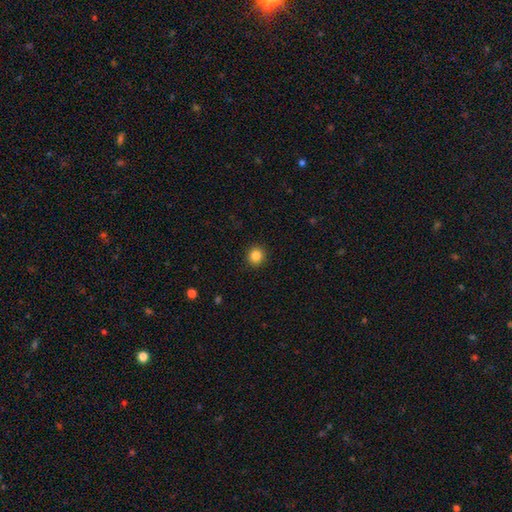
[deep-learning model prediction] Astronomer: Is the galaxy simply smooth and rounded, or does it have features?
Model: smooth — 85%.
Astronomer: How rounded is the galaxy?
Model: round — 92%.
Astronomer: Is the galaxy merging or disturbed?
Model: none — 93%.